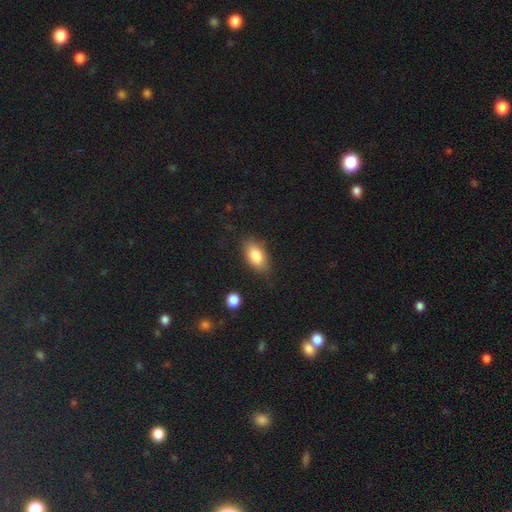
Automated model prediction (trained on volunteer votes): smooth-or-featured: smooth: 83% | featured or disk: 10% | star or artifact: 7%
  how-rounded: in between: 90% | round: 6% | cigar-shaped: 4%
  merging: none: 78% | minor disturbance: 16% | major disturbance: 4% | merger: 2%